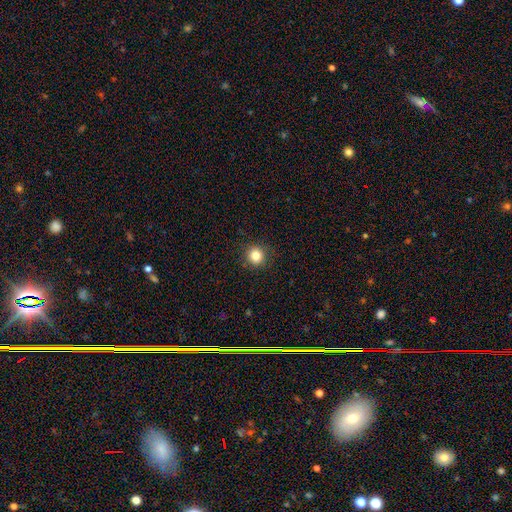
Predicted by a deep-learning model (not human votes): Q: Smooth or featured?
A: smooth (84%); runner-up: star or artifact (11%)
Q: How rounded?
A: round (92%); runner-up: in between (7%)
Q: Merging?
A: none (90%); runner-up: minor disturbance (7%)